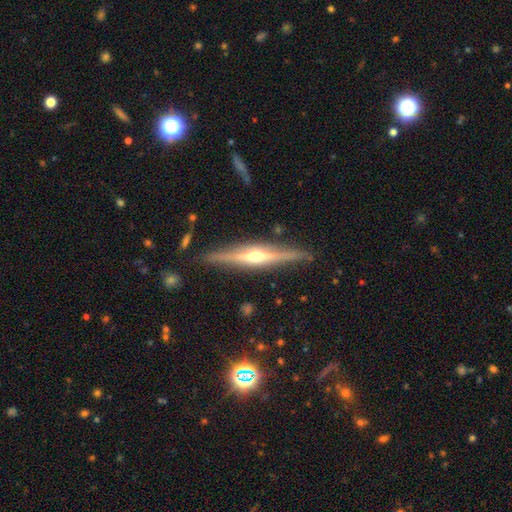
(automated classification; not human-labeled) Smooth or featured? Predicted: featured or disk (p=0.80). Edge-on disk? Predicted: yes (p=0.97). Edge-on bulge? Predicted: rounded (p=0.89). Merging? Predicted: none (p=0.87).